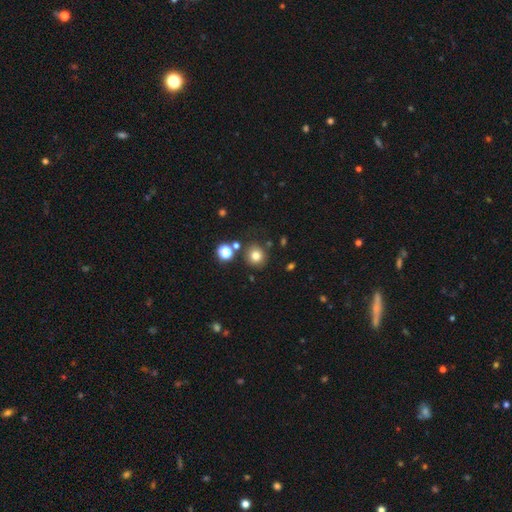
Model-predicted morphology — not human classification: A smooth galaxy with no disk features (78%) that is round (89%).

Vote fractions:
- Smooth or featured? smooth: 78% / star or artifact: 14% / featured or disk: 8%
- How rounded? round: 89% / in between: 10% / cigar-shaped: 1%
- Merging? none: 80% / minor disturbance: 9% / merger: 7% / major disturbance: 3%